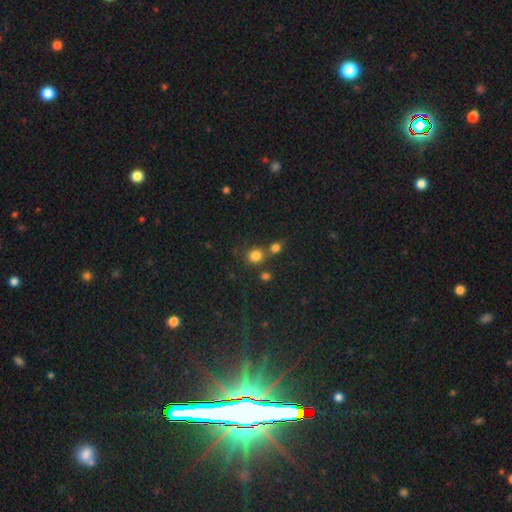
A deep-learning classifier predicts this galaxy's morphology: A smooth galaxy with no disk features (79%) that is round (84%). Merging: none (58%).